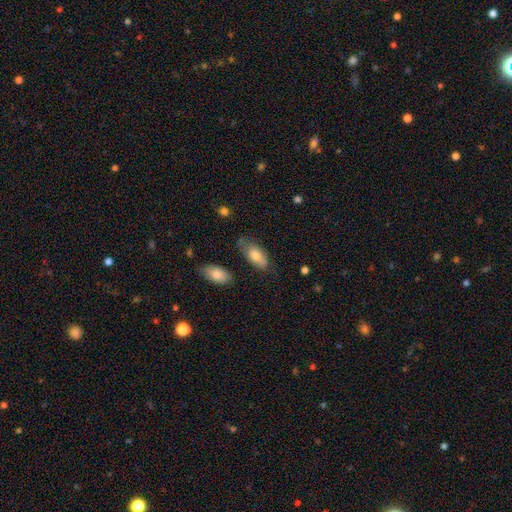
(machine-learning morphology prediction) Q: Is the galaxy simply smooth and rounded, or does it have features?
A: smooth — 75%.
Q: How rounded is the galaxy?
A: in between — 90%.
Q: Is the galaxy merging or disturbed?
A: none — 58%.